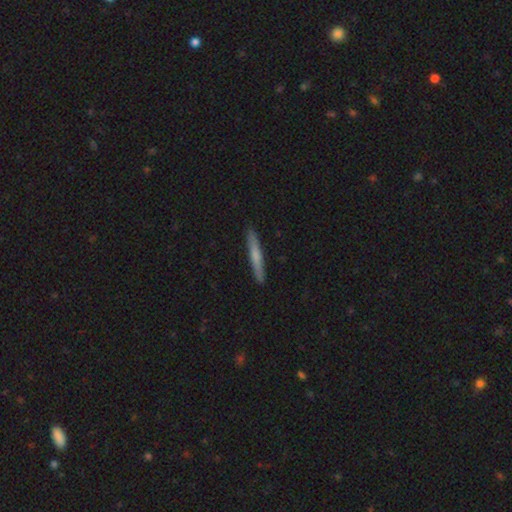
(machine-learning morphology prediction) A smooth galaxy with no disk features (59%) that is cigar-shaped (95%).

Vote fractions:
- Smooth or featured? smooth: 59% / featured or disk: 35% / star or artifact: 5%
- How rounded? cigar-shaped: 95% / in between: 3% / round: 1%
- Merging? none: 91% / minor disturbance: 7% / major disturbance: 1% / merger: 1%